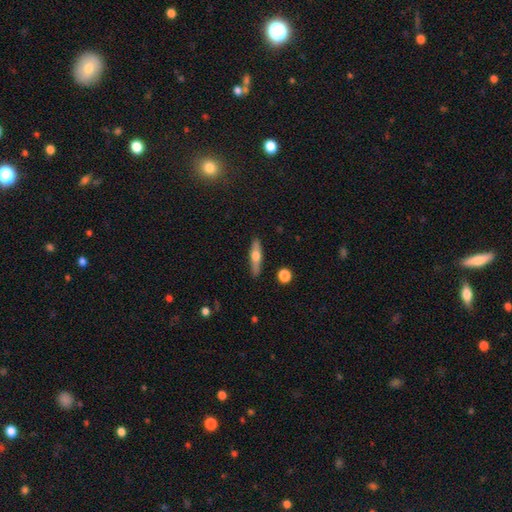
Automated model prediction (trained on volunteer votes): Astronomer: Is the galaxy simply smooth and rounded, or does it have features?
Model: smooth — 47%, tied with featured or disk at 47%.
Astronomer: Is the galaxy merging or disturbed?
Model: none — 88%.